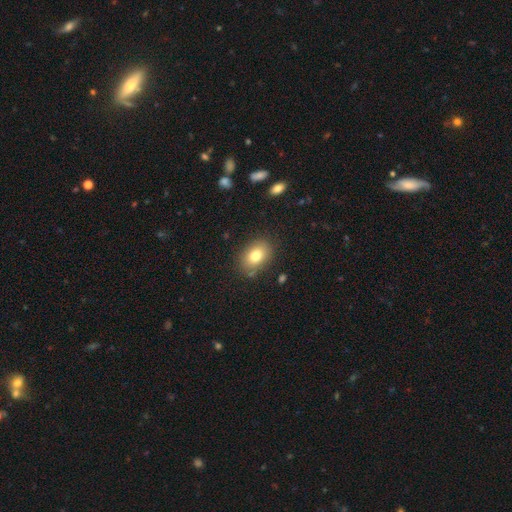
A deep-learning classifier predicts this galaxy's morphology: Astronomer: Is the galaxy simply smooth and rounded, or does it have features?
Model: smooth — 78%.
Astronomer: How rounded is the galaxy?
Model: in between — 74%.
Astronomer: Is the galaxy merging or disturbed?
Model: none — 82%.